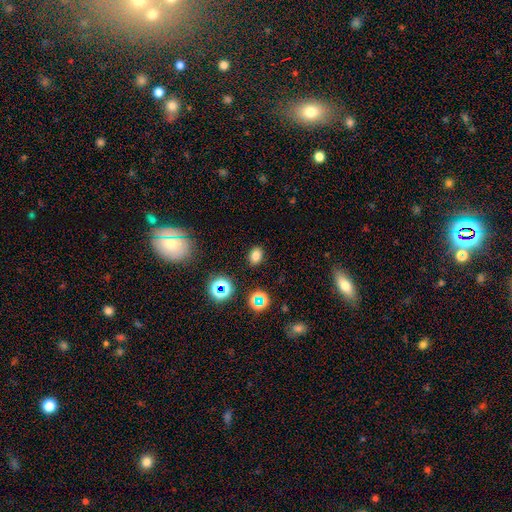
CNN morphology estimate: smooth_or_featured: smooth (p=0.76) [alt: star or artifact p=0.18]
how_rounded: in between (p=0.66) [alt: round p=0.33]
merging: none (p=0.87) [alt: minor disturbance p=0.08]